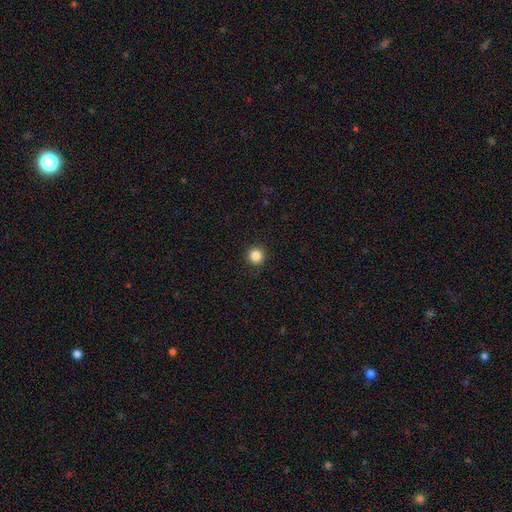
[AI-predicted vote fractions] The model was most divided on "smooth or featured": smooth: 85%, star or artifact: 11%, featured or disk: 4%. More confident: how rounded — round (96%); merging — none (92%).